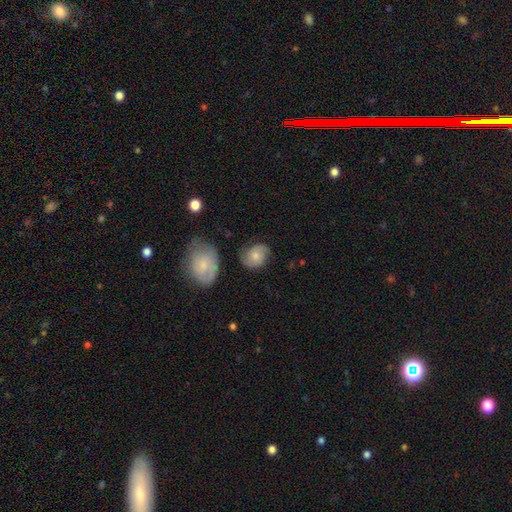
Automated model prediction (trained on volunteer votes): Morphology: type=smooth (55%); roundness=in between (50%); merging=none (66%).